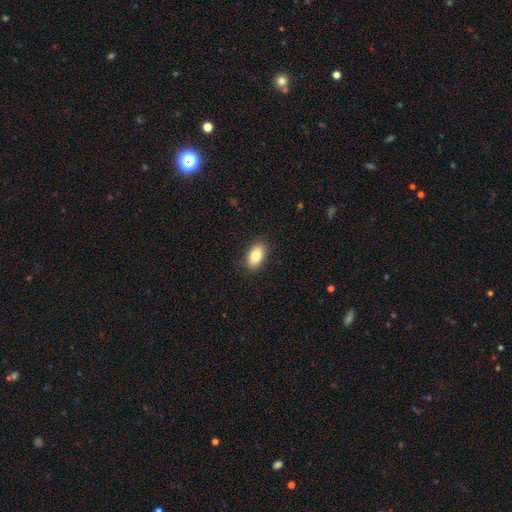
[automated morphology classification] This appears to be a smooth galaxy with no disk features (83%) that is in between round and cigar-shaped (91%). Merging: none (89%).